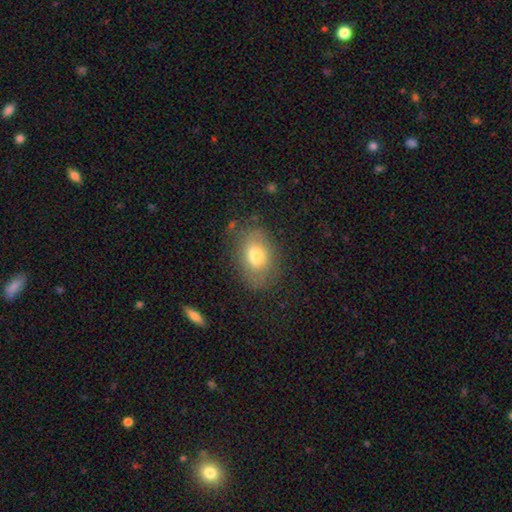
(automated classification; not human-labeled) This appears to be a smooth galaxy with no disk features (70%) that is in between round and cigar-shaped (81%). Merging: none (70%).